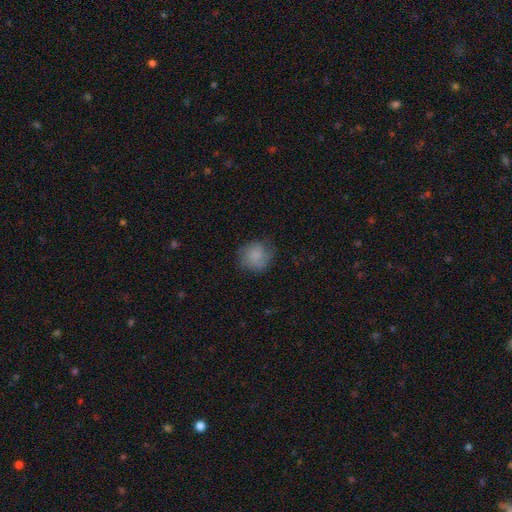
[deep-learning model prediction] Q: Smooth or featured?
A: smooth (80%); runner-up: featured or disk (12%)
Q: How rounded?
A: round (83%); runner-up: in between (16%)
Q: Merging?
A: none (69%); runner-up: minor disturbance (23%)